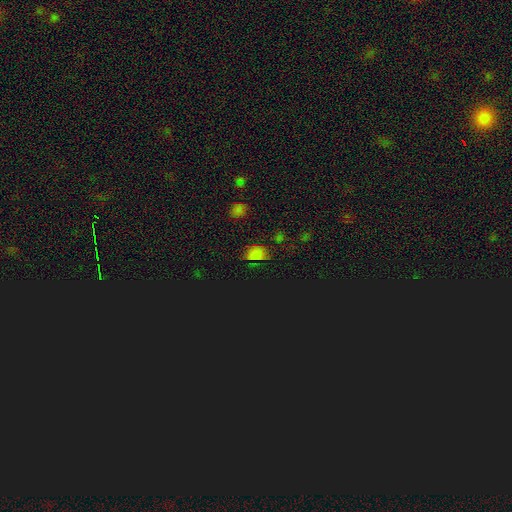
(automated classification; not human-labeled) A star or artifact, not a galaxy (57%).

Vote fractions:
- Smooth or featured? star or artifact: 57% / smooth: 37% / featured or disk: 6%